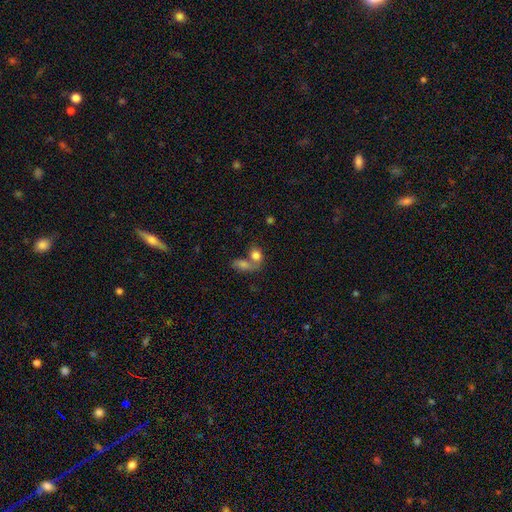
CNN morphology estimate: smooth-or-featured: smooth: 80% | featured or disk: 11% | star or artifact: 9%
  how-rounded: in between: 62% | round: 35% | cigar-shaped: 2%
  merging: merger: 57% | none: 28% | minor disturbance: 9% | major disturbance: 6%